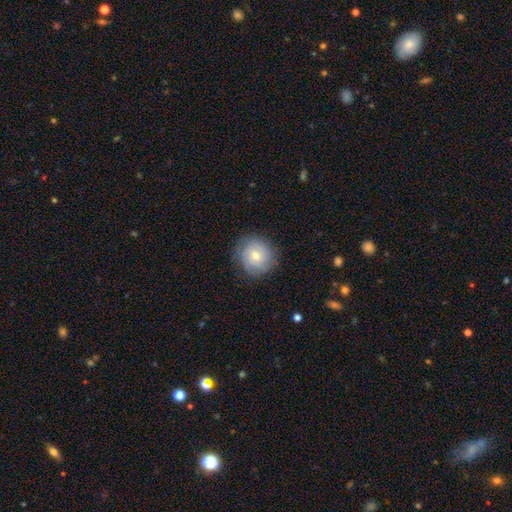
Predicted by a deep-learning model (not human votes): Q: Smooth or featured?
A: smooth (53%); runner-up: featured or disk (39%)
Q: How rounded?
A: round (90%); runner-up: in between (9%)
Q: Merging?
A: none (84%); runner-up: minor disturbance (12%)